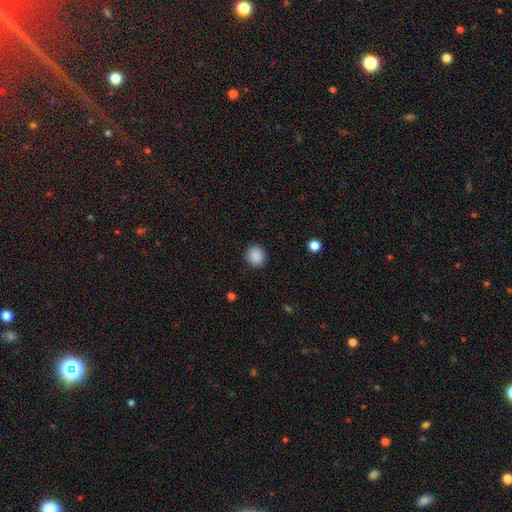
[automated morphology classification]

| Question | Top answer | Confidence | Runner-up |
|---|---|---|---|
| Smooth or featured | smooth | 89% | star or artifact (9%) |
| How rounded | round | 90% | in between (9%) |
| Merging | none | 91% | minor disturbance (6%) |